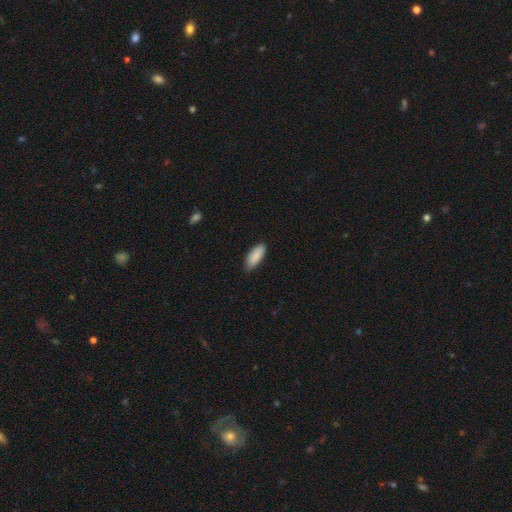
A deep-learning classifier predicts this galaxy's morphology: This is clearly a smooth galaxy (88%). How rounded: clearly in between (81%). Merging: likely none (79%).